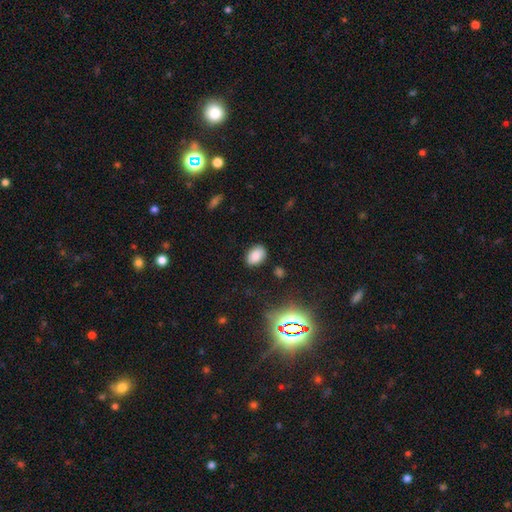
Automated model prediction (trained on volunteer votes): This is clearly a smooth galaxy (82%). How rounded: clearly in between (85%). Merging: clearly none (84%).